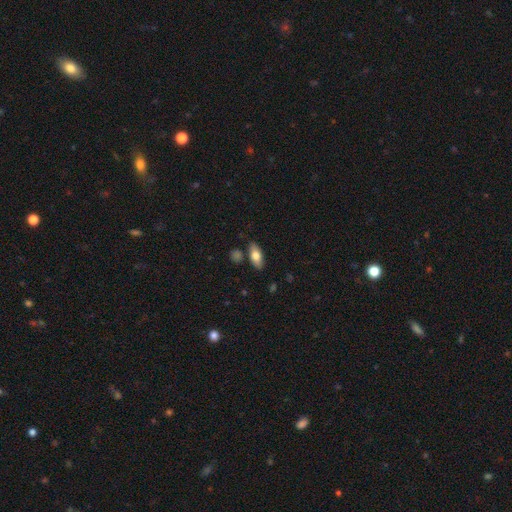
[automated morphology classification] Q: Smooth or featured?
A: smooth (73%); runner-up: featured or disk (21%)
Q: How rounded?
A: in between (82%); runner-up: cigar-shaped (15%)
Q: Merging?
A: none (82%); runner-up: minor disturbance (12%)